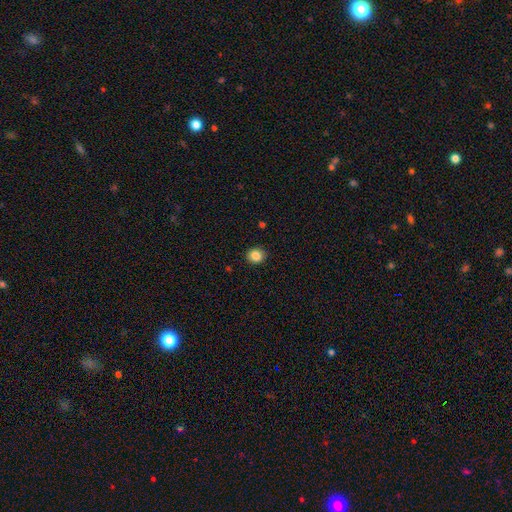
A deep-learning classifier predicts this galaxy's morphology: This appears to be a smooth galaxy with no disk features (85%) that is round (79%). Merging: none (91%).